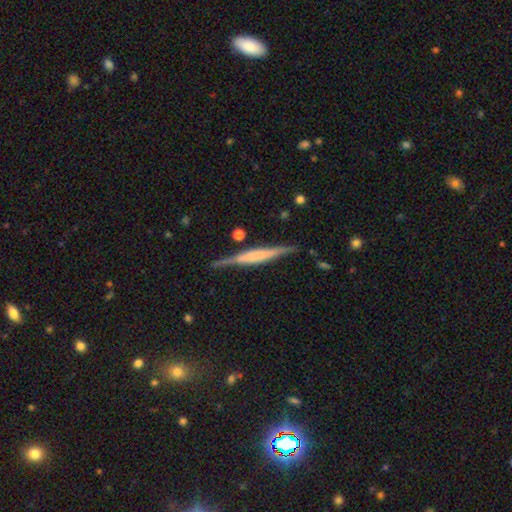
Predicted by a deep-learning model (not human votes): smooth-or-featured: featured or disk: 66% | smooth: 27% | star or artifact: 6%
  disk-edge-on: yes: 97% | no: 3%
    edge-on-bulge: boxy: 51% | rounded: 25% | none: 24%
  merging: none: 82% | minor disturbance: 13% | major disturbance: 3% | merger: 2%